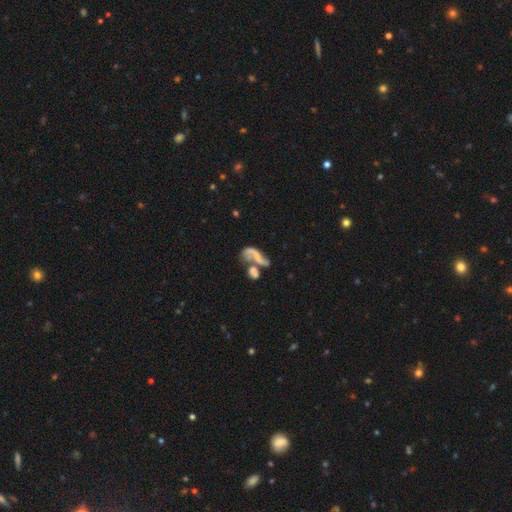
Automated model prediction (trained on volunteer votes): Morphology: type=featured or disk (54%); edge-on=no (94%); bar=no (67%); spiral arms=yes (56%); bulge=none (61%); merging=merger (53%).